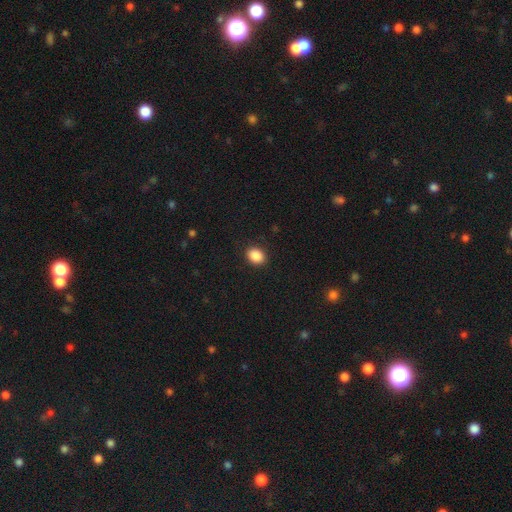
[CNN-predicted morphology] Q: Smooth or featured?
A: smooth (88%); runner-up: star or artifact (9%)
Q: How rounded?
A: in between (57%); runner-up: round (42%)
Q: Merging?
A: none (90%); runner-up: minor disturbance (7%)